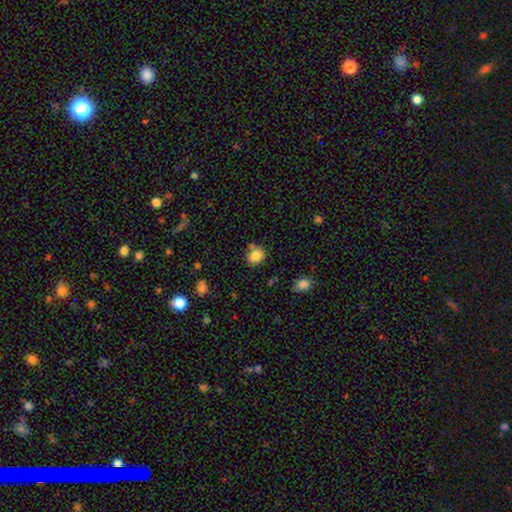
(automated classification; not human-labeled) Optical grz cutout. It shows a smooth galaxy with no disk features (83%) that is round (62%). Merging: none (72%).